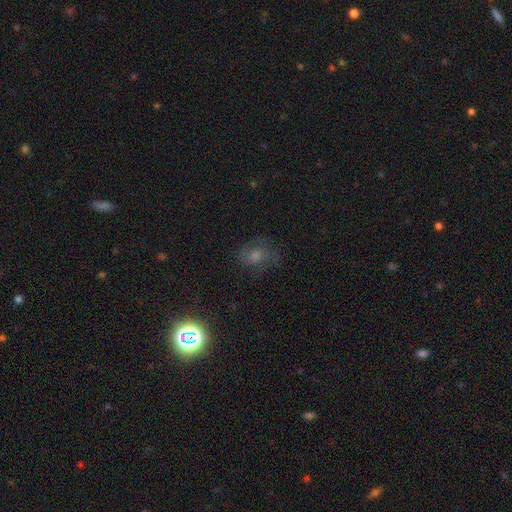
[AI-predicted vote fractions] A smooth galaxy with no disk features (48%). Merging: none (63%).